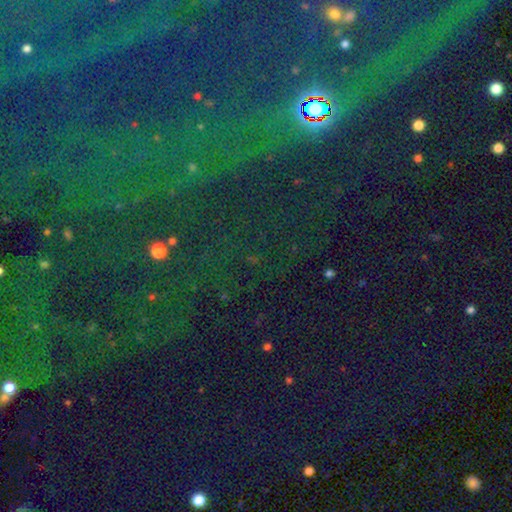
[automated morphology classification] This appears to be a star or artifact, not a galaxy (83%).